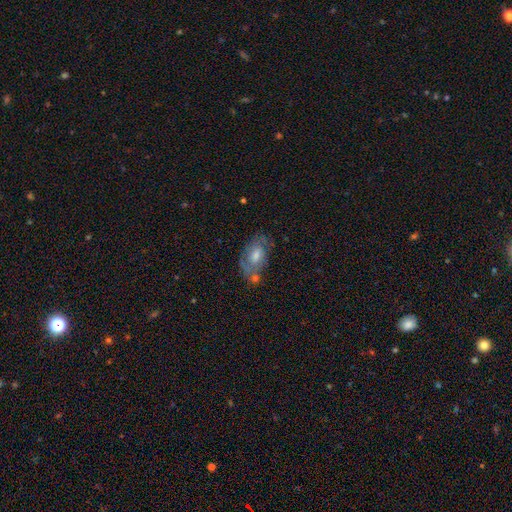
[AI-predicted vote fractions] This appears to be a featured or disk galaxy (57%) with no bar (68%), spiral arms (68%) and a moderate central bulge (62%). Merging: none (58%).